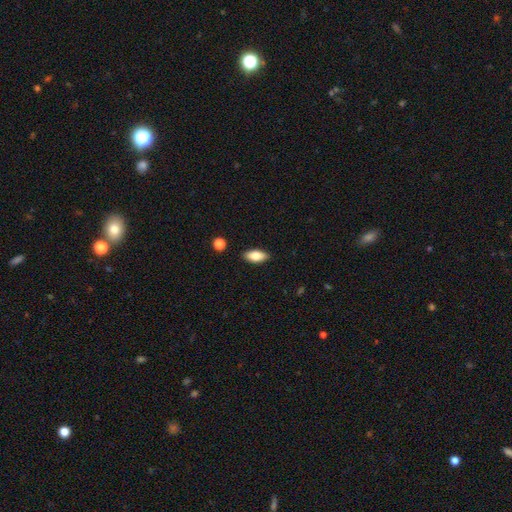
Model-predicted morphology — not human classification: This appears to be a smooth galaxy with no disk features (80%) that is in between round and cigar-shaped (86%). Merging: none (88%).